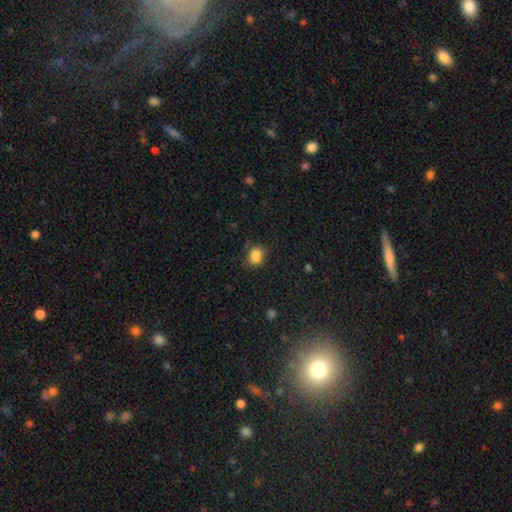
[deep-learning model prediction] This appears to be a smooth galaxy with no disk features (85%) that is in between round and cigar-shaped (54%). Merging: none (71%).